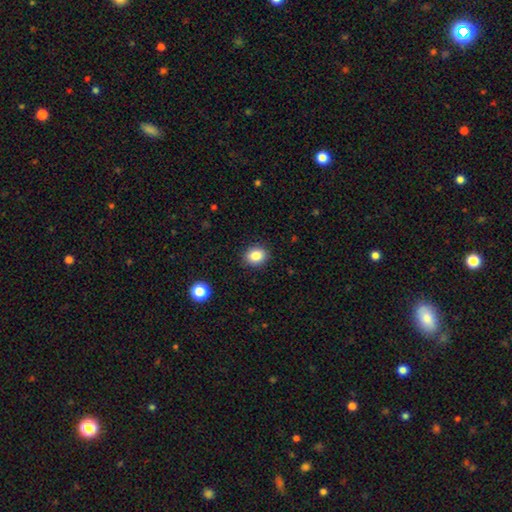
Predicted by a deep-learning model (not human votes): smooth 85%, star or artifact 10%, featured or disk 5%. Down the decision tree: how rounded — round (64%); merging — none (89%).